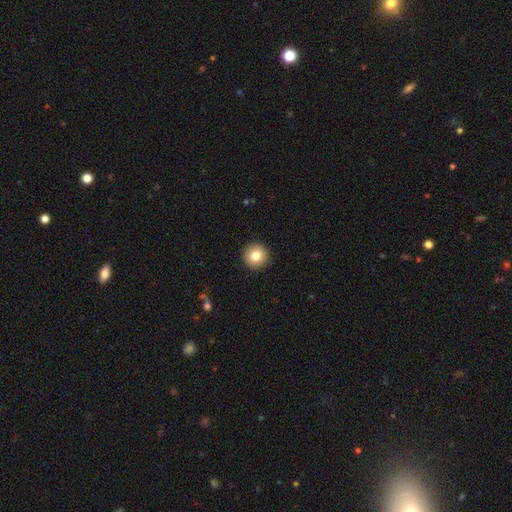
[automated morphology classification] Smooth or featured? Predicted: smooth (p=0.82). How rounded? Predicted: round (p=0.95). Merging? Predicted: none (p=0.93).